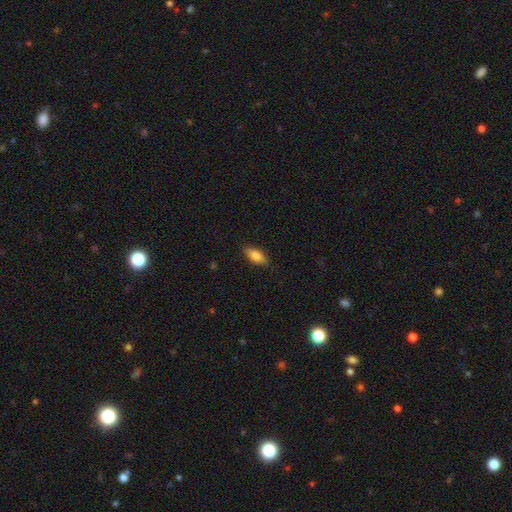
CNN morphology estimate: smooth 79%, featured or disk 14%, star or artifact 7%. Down the decision tree: how rounded — in between (82%); merging — none (85%).